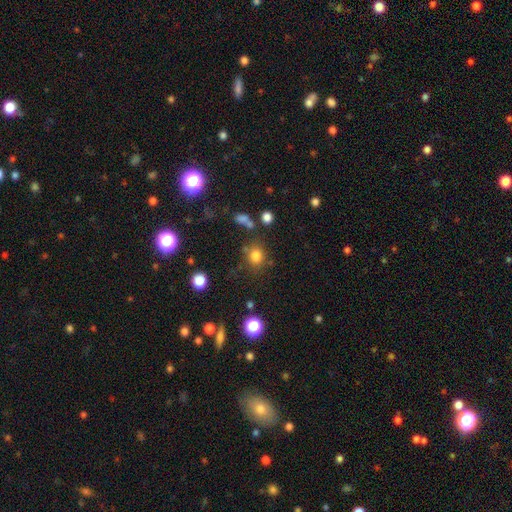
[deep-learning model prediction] Morphology: type=smooth (78%); roundness=round (74%); merging=none (72%).